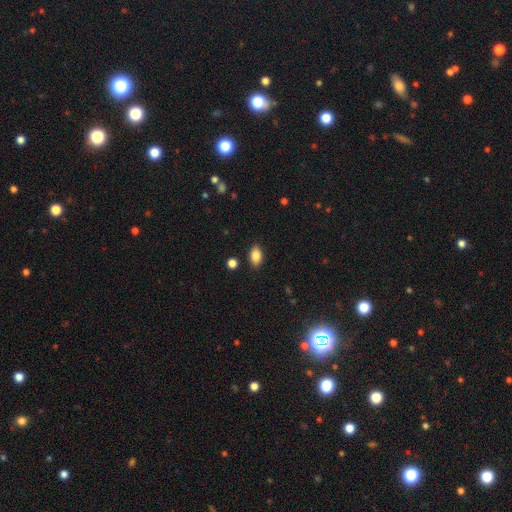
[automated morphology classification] Smooth or featured? smooth (86%)
How rounded? in between (90%)
Merging? none (87%)